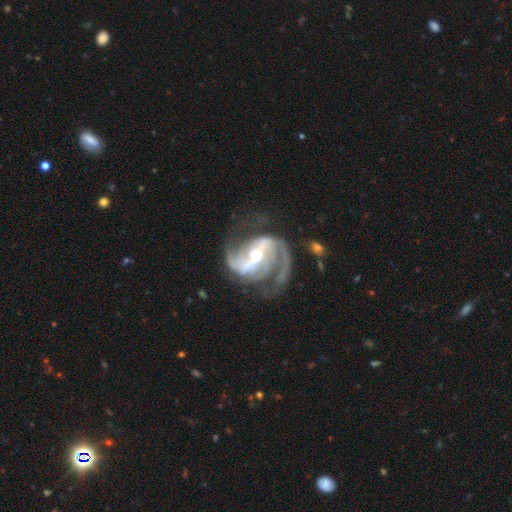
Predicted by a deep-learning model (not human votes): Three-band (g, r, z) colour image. It shows a featured or disk galaxy (92%) with a strong bar (55%), 2 (77%) medium (55%) spiral arms (98%) and a moderate central bulge (58%). Merging: none (63%).